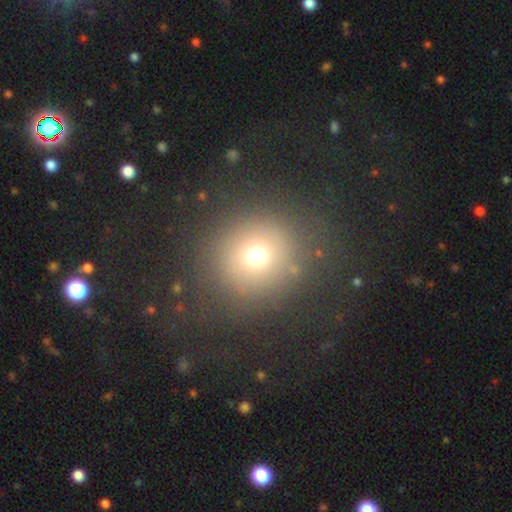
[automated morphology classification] Smooth or featured? smooth (68%)
How rounded? round (91%)
Merging? none (83%)